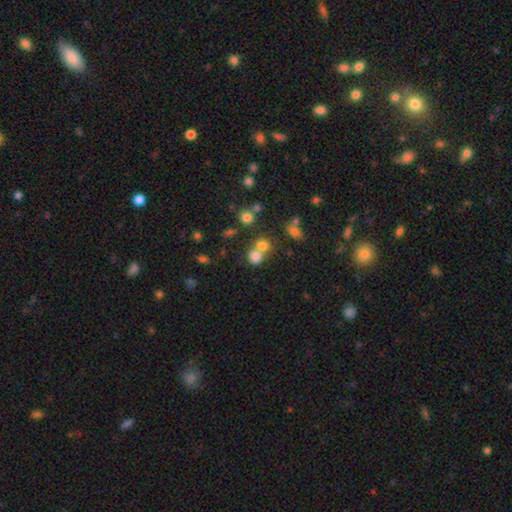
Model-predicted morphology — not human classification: The model was most divided on "merging": merger: 46%, none: 43%, minor disturbance: 8%, major disturbance: 4%. More confident: how rounded — round (77%); smooth or featured — smooth (73%).